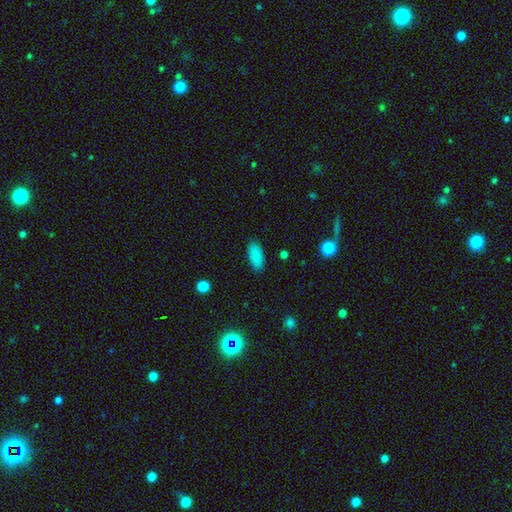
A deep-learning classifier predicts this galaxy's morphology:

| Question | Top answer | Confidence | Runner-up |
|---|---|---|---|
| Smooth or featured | smooth | 88% | star or artifact (8%) |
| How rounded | in between | 87% | cigar-shaped (11%) |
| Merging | none | 88% | minor disturbance (9%) |